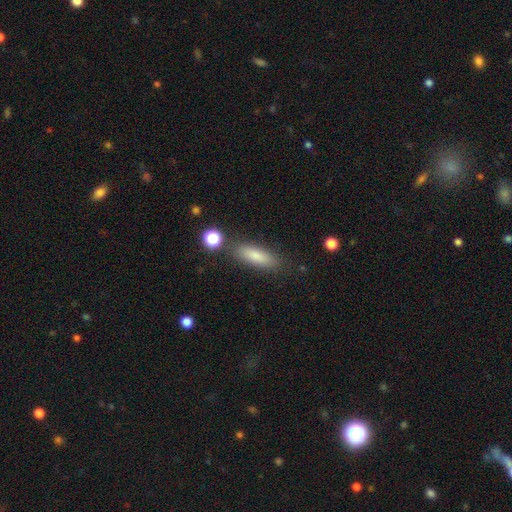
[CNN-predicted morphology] The model was most divided on "how rounded": in between: 53%, cigar-shaped: 44%, round: 3%. More confident: smooth or featured — smooth (82%); merging — none (79%).